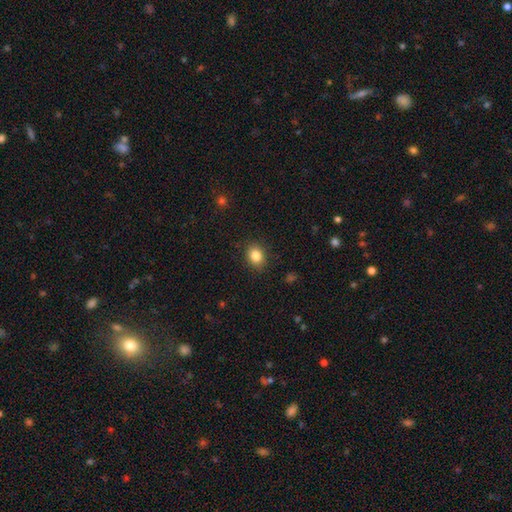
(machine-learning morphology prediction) smooth-or-featured: smooth: 84% | star or artifact: 10% | featured or disk: 6%
  how-rounded: in between: 50% | round: 49% | cigar-shaped: 1%
  merging: none: 87% | minor disturbance: 9% | major disturbance: 3% | merger: 1%